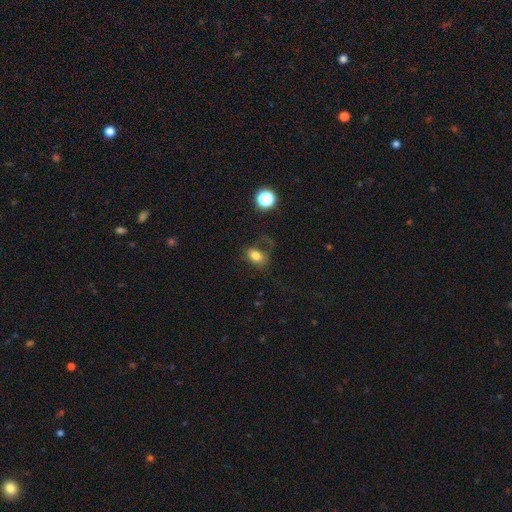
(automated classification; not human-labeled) A smooth galaxy with no disk features (76%) that is in between round and cigar-shaped (75%). Merging: none (50%).